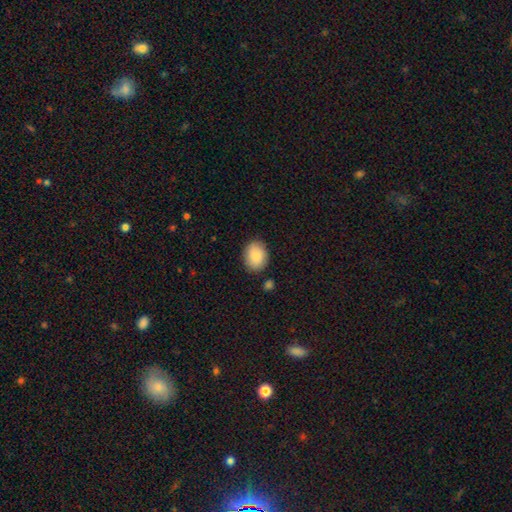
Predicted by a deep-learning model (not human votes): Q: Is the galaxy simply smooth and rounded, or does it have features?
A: smooth — 88%.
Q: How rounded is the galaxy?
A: in between — 65%.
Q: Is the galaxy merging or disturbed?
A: none — 83%.